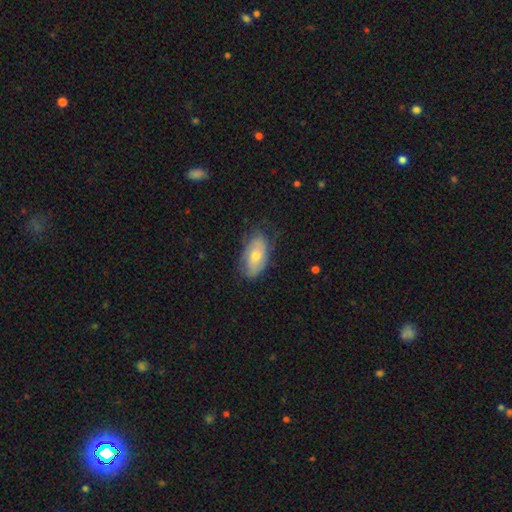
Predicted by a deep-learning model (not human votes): Overall: smooth (61%; featured or disk 33%). How rounded: in between (92%). Merging: none (66%).